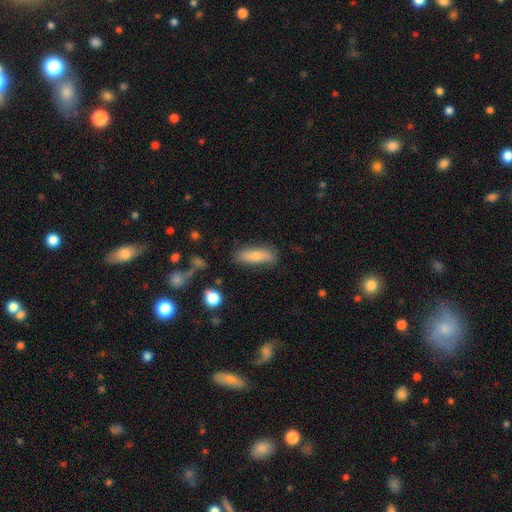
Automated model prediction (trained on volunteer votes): This appears to be a smooth galaxy with no disk features (73%) that is cigar-shaped (51%). Merging: none (76%).